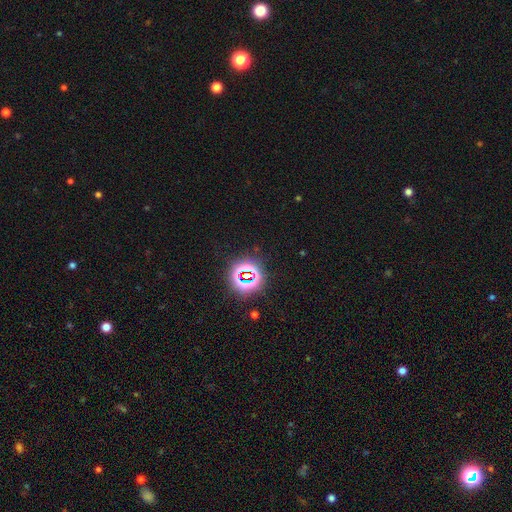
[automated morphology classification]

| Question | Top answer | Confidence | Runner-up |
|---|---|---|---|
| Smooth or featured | star or artifact | 80% | smooth (12%) |